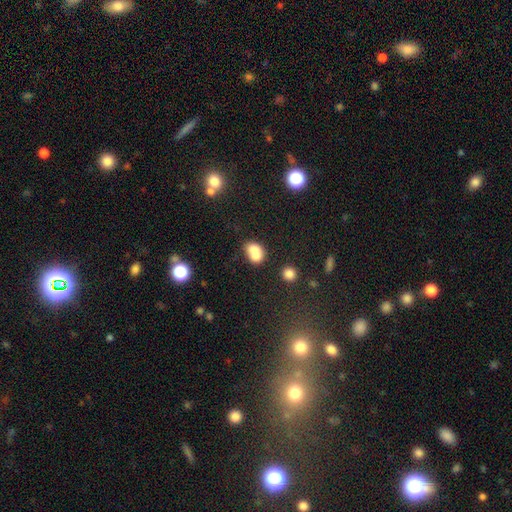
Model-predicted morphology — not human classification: Smooth or featured? Predicted: smooth (p=0.74). How rounded? Predicted: in between (p=0.62). Merging? Predicted: merger (p=0.54).